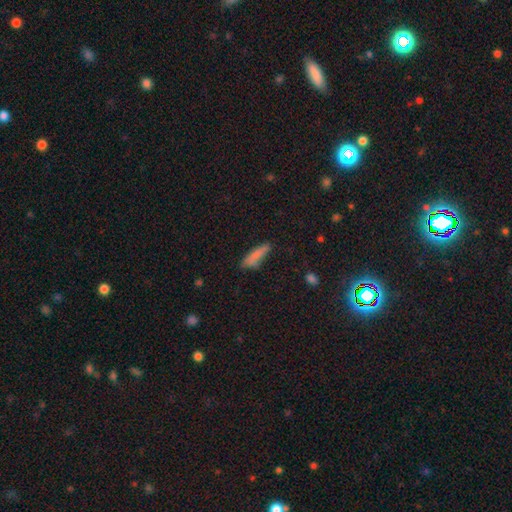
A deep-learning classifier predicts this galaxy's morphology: Smooth or featured? smooth (79%)
How rounded? cigar-shaped (69%)
Merging? none (59%)